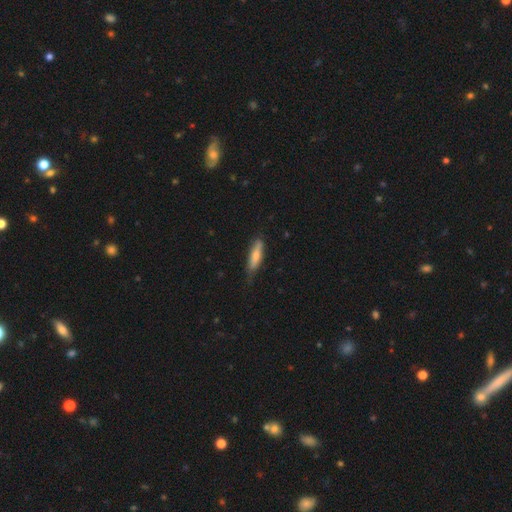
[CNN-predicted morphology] Smooth or featured? Predicted: smooth (p=0.70). How rounded? Predicted: cigar-shaped (p=0.66). Merging? Predicted: none (p=0.66).